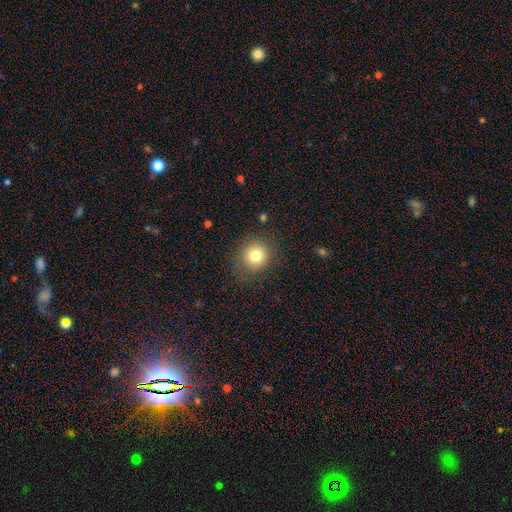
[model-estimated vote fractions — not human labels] smooth 79%, star or artifact 12%, featured or disk 9%. Down the decision tree: how rounded — round (89%); merging — none (85%).